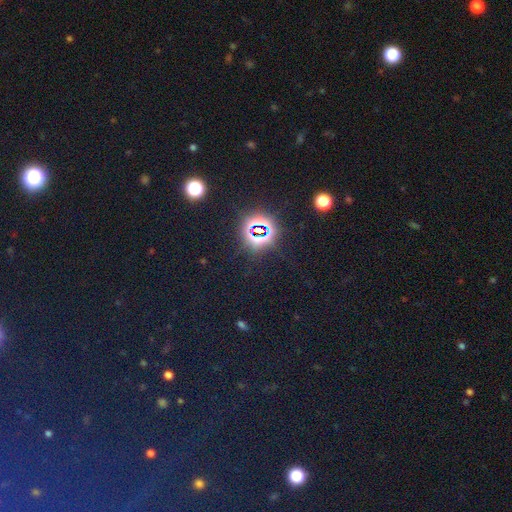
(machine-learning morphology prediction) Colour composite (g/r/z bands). It shows a star or artifact, not a galaxy (76%).